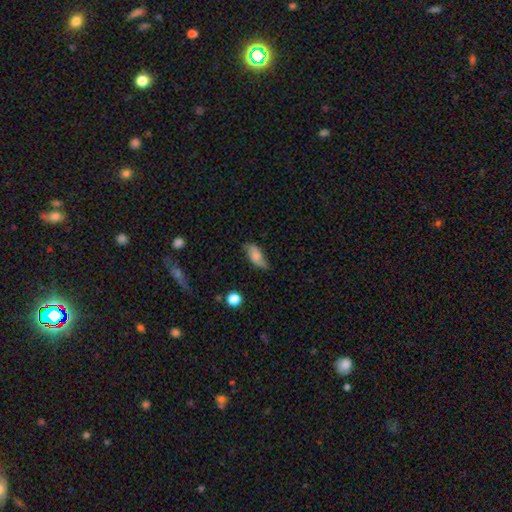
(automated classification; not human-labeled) Q: Smooth or featured?
A: smooth (68%); runner-up: featured or disk (23%)
Q: How rounded?
A: in between (83%); runner-up: cigar-shaped (13%)
Q: Merging?
A: none (63%); runner-up: minor disturbance (28%)